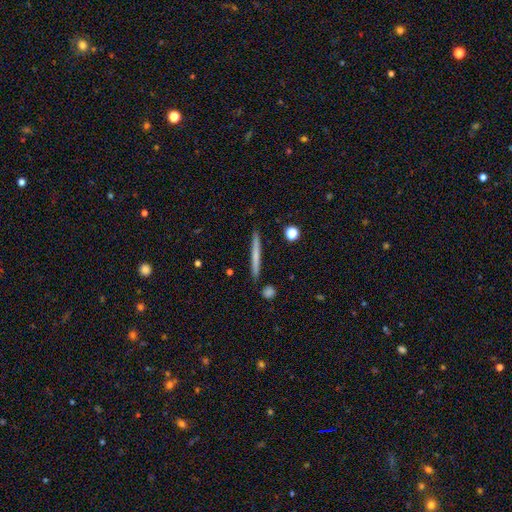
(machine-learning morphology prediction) A smooth galaxy with no disk features (61%) that is cigar-shaped (96%).

Vote fractions:
- Smooth or featured? smooth: 61% / featured or disk: 33% / star or artifact: 6%
- How rounded? cigar-shaped: 96% / in between: 2% / round: 2%
- Merging? none: 90% / minor disturbance: 6% / merger: 2% / major disturbance: 1%